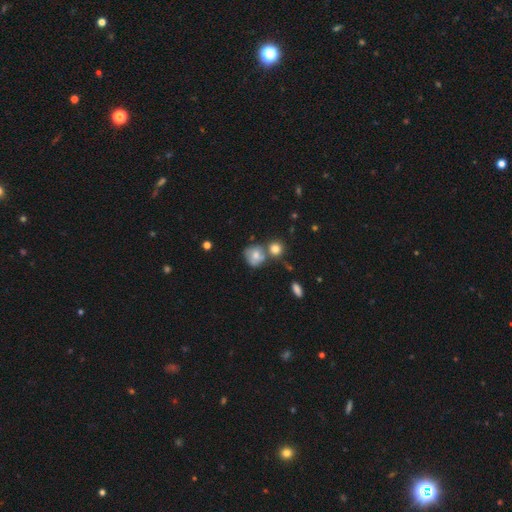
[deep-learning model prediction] smooth_or_featured: smooth (p=0.67) [alt: featured or disk p=0.23]
how_rounded: round (p=0.73) [alt: in between p=0.26]
merging: none (p=0.44) [alt: merger p=0.31]